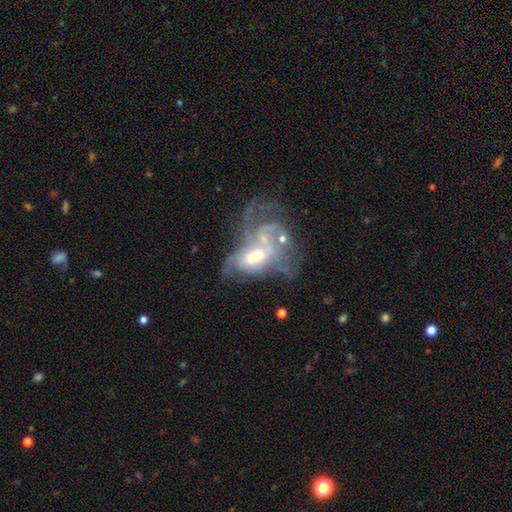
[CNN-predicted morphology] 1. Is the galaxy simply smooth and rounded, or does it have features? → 72% featured or disk, 18% smooth, 10% star or artifact.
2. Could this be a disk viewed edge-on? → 96% no, 4% yes.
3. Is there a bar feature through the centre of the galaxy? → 60% no, 31% weak, 9% strong.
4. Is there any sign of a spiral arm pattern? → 65% yes, 35% no.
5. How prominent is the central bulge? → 44% moderate, 24% small, 15% large, 14% none, 2% dominant.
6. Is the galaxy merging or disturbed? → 36% major disturbance, 34% merger, 18% none, 13% minor disturbance.